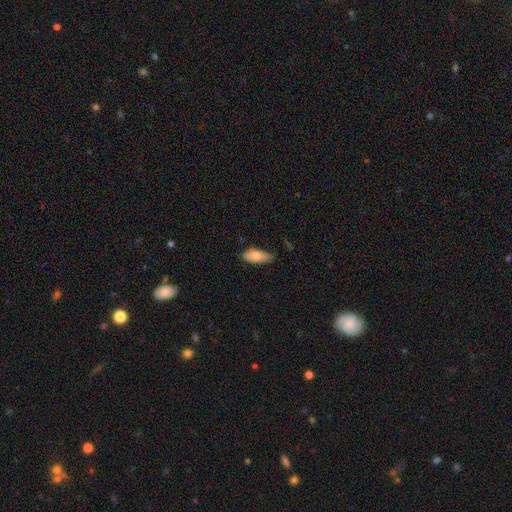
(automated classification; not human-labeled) Overall: smooth (76%). How rounded: in between (84%). Merging: none (72%).